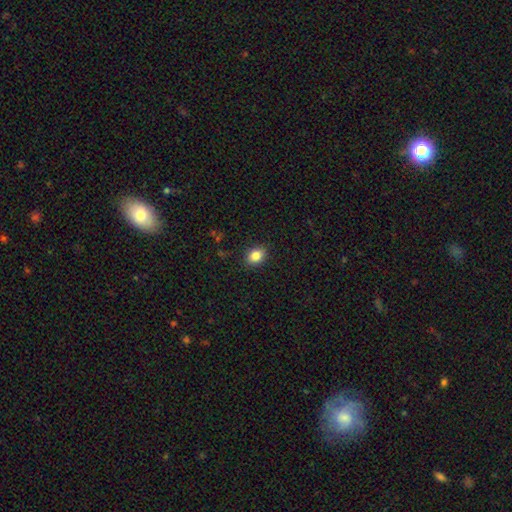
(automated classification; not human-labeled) A smooth galaxy with no disk features (85%) that is in between round and cigar-shaped (65%). Merging: none (88%).